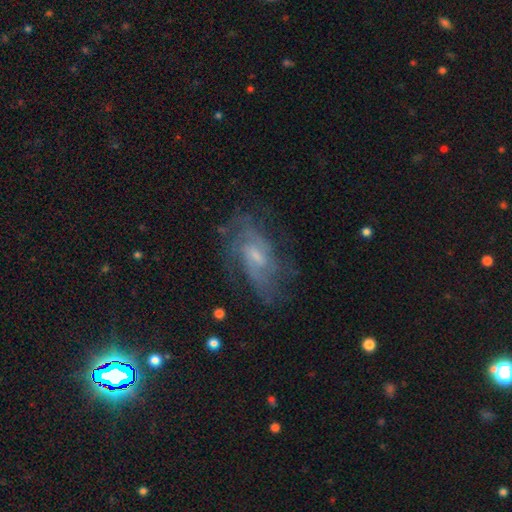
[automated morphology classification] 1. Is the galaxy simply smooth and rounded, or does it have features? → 71% featured or disk, 17% smooth, 12% star or artifact.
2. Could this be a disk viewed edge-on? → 93% no, 7% yes.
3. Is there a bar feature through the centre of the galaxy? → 46% no, 45% weak, 9% strong.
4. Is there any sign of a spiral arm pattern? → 85% yes, 15% no.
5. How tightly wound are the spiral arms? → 42% medium, 37% tight, 21% loose.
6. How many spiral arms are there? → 45% can't tell, 20% 2, 14% 3, 10% 4, 5% more than 4, 5% 1.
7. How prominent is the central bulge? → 48% small, 35% moderate, 12% none, 3% large, 1% dominant.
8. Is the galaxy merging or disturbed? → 67% none, 19% minor disturbance, 12% major disturbance, 2% merger.